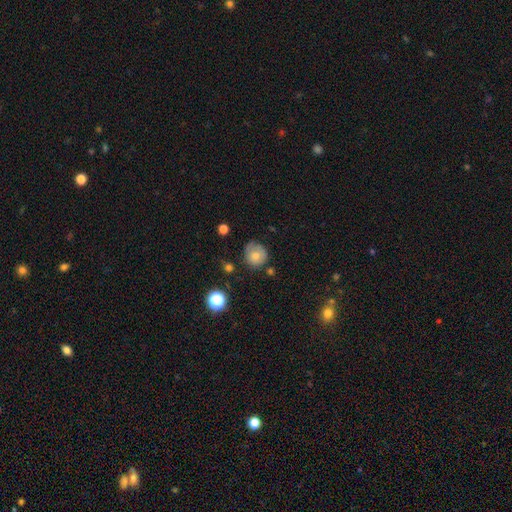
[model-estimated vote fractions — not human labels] Q: Smooth or featured?
A: smooth (72%); runner-up: featured or disk (18%)
Q: How rounded?
A: round (85%); runner-up: in between (14%)
Q: Merging?
A: none (62%); runner-up: minor disturbance (27%)